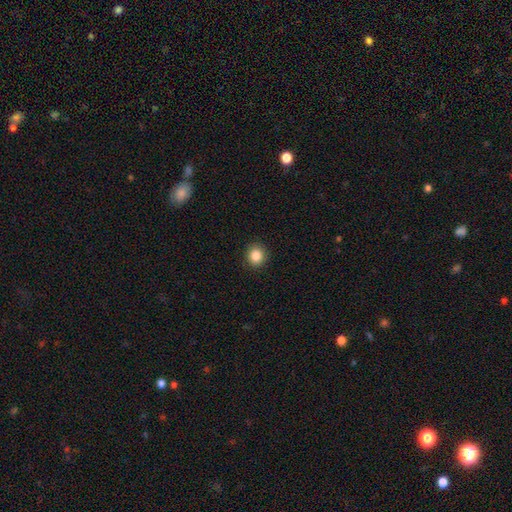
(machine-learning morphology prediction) Overall: smooth (85%). How rounded: round (85%). Merging: none (91%).